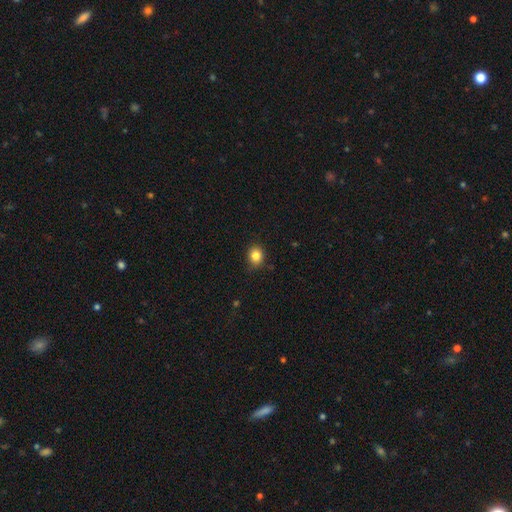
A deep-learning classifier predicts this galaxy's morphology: Q: Smooth or featured?
A: smooth (84%); runner-up: star or artifact (11%)
Q: How rounded?
A: round (74%); runner-up: in between (25%)
Q: Merging?
A: none (82%); runner-up: minor disturbance (14%)